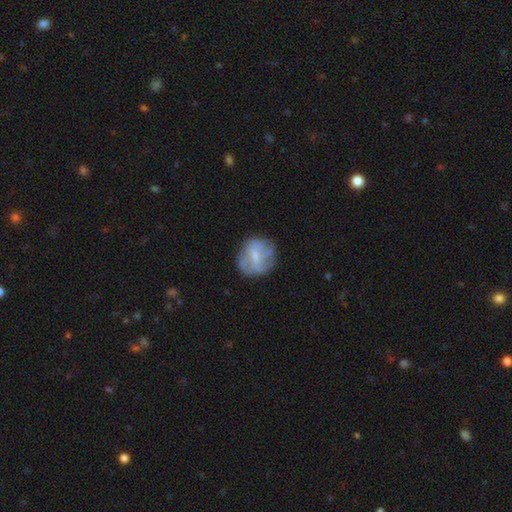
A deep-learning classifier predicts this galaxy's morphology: Smooth or featured? smooth (50%)
Merging? none (68%)